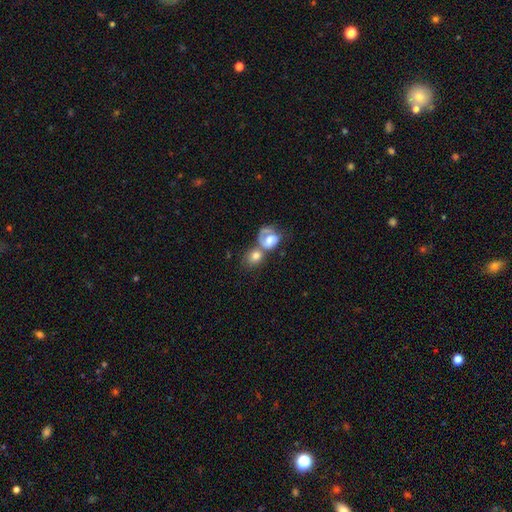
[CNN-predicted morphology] type=smooth (68%); roundness=round (59%); merging=merger (60%).